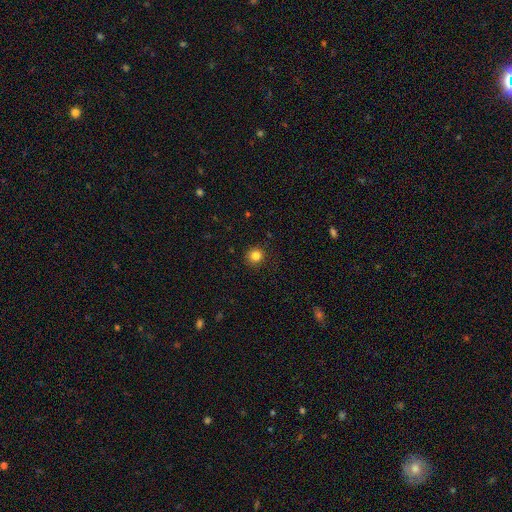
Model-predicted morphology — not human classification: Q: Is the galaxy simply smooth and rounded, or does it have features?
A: smooth — 83%.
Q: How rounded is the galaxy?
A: round — 93%.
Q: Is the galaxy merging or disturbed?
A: none — 90%.